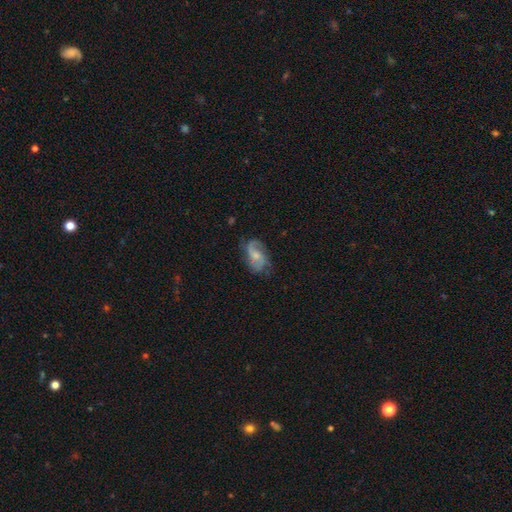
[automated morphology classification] type=featured or disk (68%); edge-on=no (96%); bar=no (58%); spiral arms=yes (90%); winding=loose (43%); arm count=2 (65%); bulge=moderate (46%); merging=none (60%).